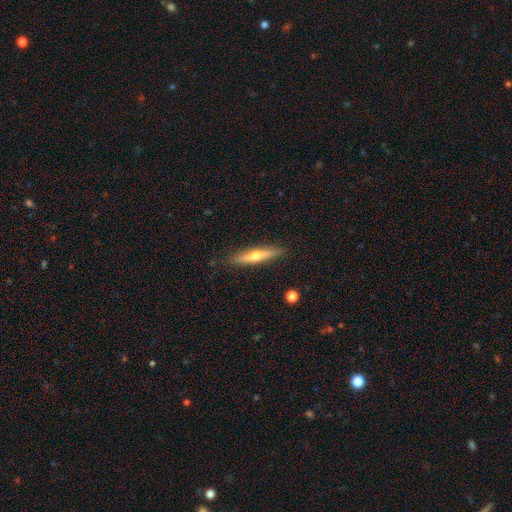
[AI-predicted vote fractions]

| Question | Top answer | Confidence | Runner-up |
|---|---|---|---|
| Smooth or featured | featured or disk | 54% | smooth (40%) |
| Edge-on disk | yes | 93% | no (7%) |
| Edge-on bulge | rounded | 88% | none (9%) |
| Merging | none | 88% | minor disturbance (8%) |